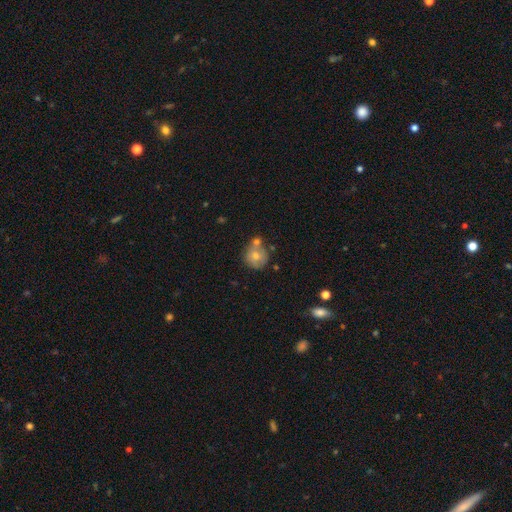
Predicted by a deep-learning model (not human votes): smooth 66%, featured or disk 25%, star or artifact 9%. Down the decision tree: how rounded — round (85%); merging — none (48%).